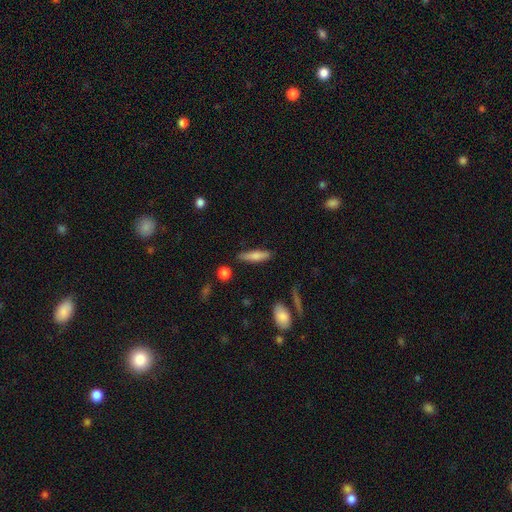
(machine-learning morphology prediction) The model was most divided on "how rounded": cigar-shaped: 75%, in between: 23%, round: 2%. More confident: merging — none (83%); smooth or featured — smooth (74%).